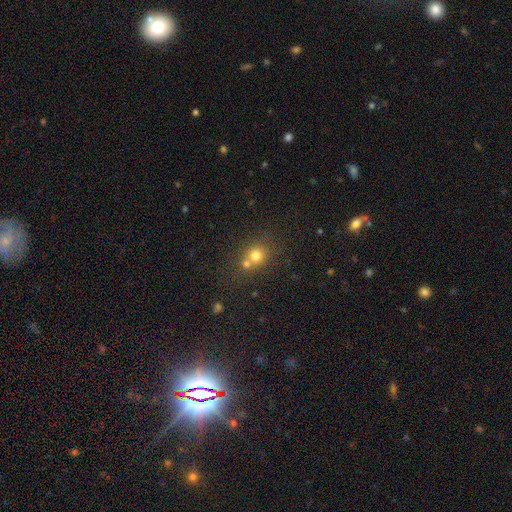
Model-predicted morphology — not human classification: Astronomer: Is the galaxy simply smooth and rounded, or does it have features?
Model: smooth — 73%.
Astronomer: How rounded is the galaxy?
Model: round — 82%.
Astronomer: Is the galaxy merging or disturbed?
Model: none — 46% (runner-up: merger, 43%).